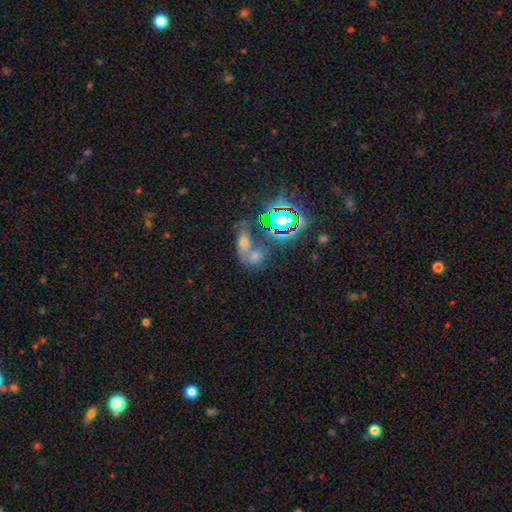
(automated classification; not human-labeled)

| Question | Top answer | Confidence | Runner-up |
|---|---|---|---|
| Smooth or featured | star or artifact | 42% | smooth (39%) |